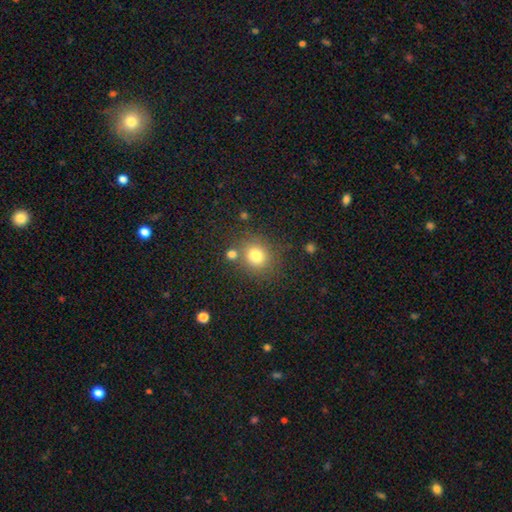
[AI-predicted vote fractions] This is likely a smooth galaxy (77%). How rounded: clearly round (81%). Merging: likely none (73%).